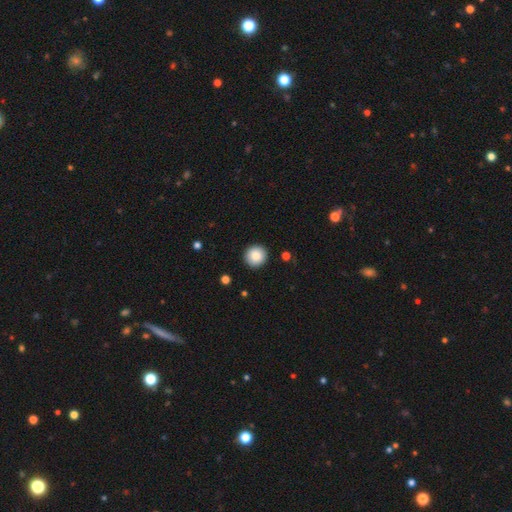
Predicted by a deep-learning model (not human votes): Smooth or featured? smooth (86%)
How rounded? round (94%)
Merging? none (92%)